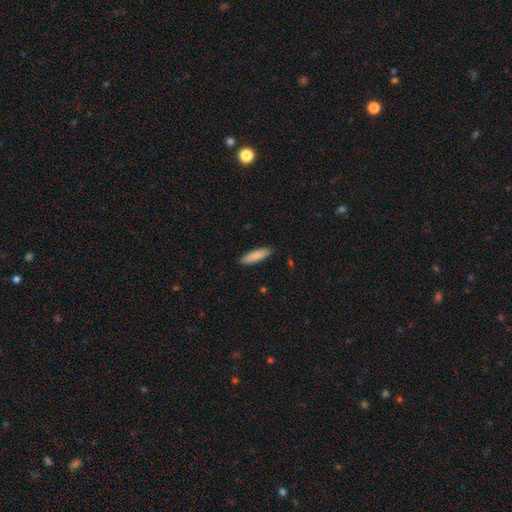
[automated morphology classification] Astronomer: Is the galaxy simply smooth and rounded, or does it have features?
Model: smooth — 86%.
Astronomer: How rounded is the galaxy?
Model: cigar-shaped — 68%.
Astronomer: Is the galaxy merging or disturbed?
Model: none — 89%.